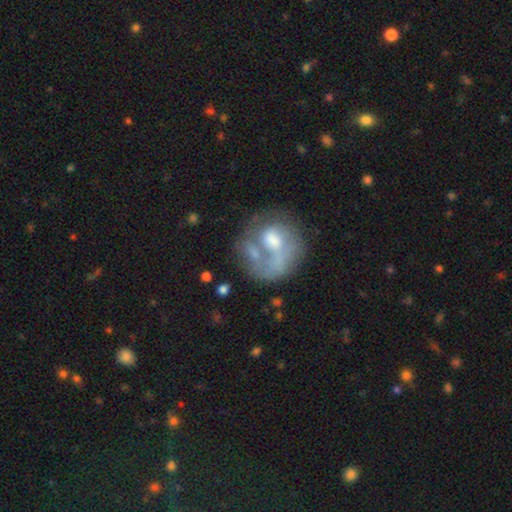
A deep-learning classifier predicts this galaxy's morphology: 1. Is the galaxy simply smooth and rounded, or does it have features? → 54% featured or disk, 37% smooth, 9% star or artifact.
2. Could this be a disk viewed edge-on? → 98% no, 2% yes.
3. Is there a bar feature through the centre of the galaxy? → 71% no, 24% weak, 6% strong.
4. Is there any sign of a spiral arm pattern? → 59% no, 41% yes.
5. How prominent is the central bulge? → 50% moderate, 18% small, 17% none, 13% large, 2% dominant.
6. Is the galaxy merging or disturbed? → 34% major disturbance, 30% none, 21% merger, 15% minor disturbance.